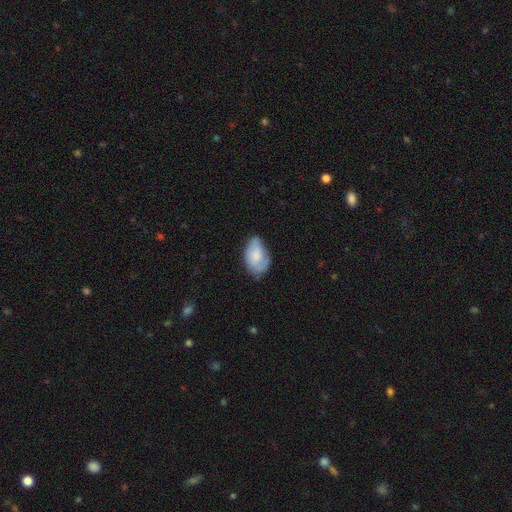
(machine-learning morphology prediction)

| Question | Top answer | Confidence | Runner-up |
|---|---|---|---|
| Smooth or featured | smooth | 65% | featured or disk (29%) |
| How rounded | in between | 89% | round (9%) |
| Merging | none | 51% | minor disturbance (35%) |